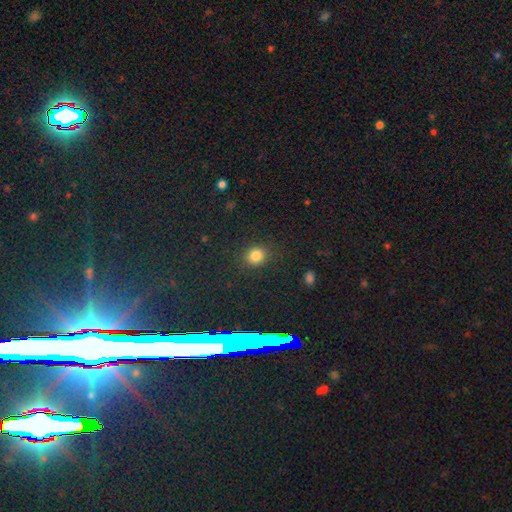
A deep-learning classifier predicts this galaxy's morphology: This appears to be a smooth galaxy with no disk features (81%) that is round (77%). Merging: none (86%).